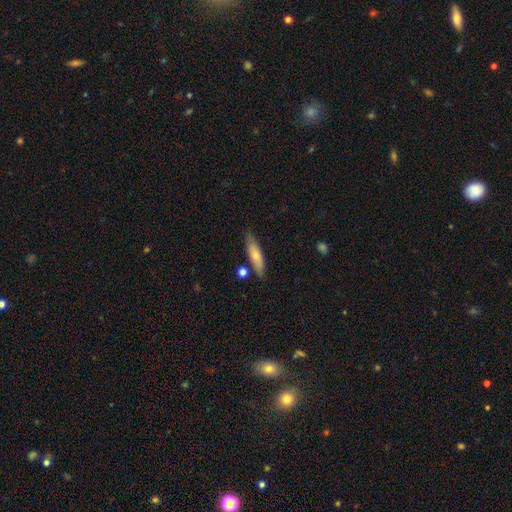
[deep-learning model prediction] Smooth or featured? Predicted: smooth (p=0.72). How rounded? Predicted: cigar-shaped (p=0.67). Merging? Predicted: none (p=0.78).